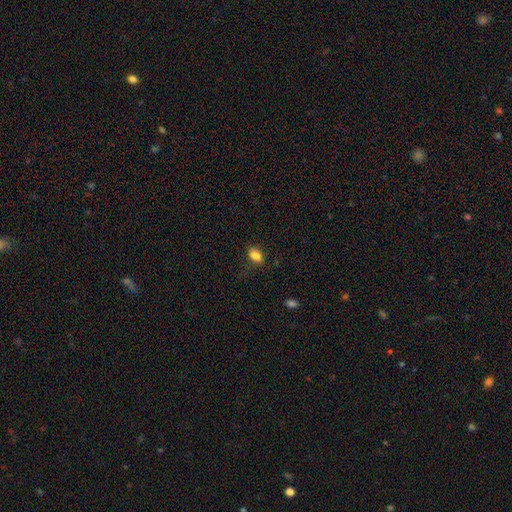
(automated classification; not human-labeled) smooth-or-featured: smooth: 85% | star or artifact: 10% | featured or disk: 6%
  how-rounded: in between: 83% | round: 15% | cigar-shaped: 2%
  merging: none: 76% | minor disturbance: 18% | major disturbance: 5% | merger: 2%